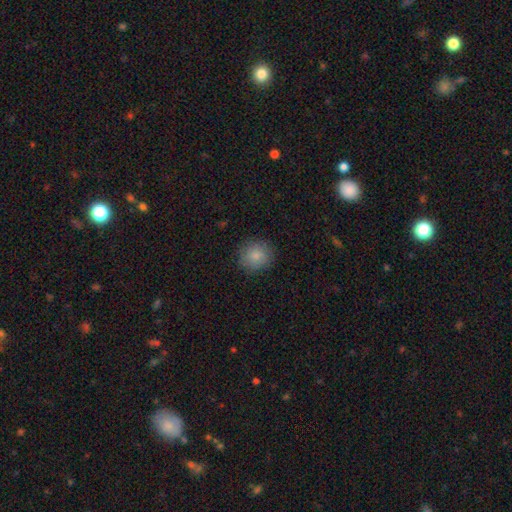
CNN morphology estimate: Q: Smooth or featured?
A: smooth (85%); runner-up: star or artifact (8%)
Q: How rounded?
A: round (87%); runner-up: in between (12%)
Q: Merging?
A: none (86%); runner-up: minor disturbance (10%)